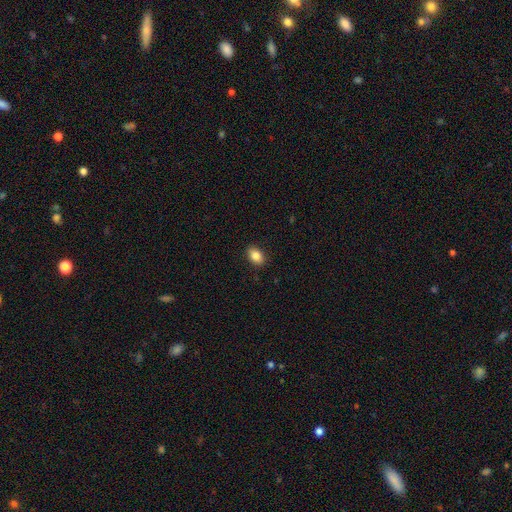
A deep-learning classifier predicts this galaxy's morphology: smooth-or-featured: smooth: 85% | star or artifact: 8% | featured or disk: 6%
  how-rounded: in between: 84% | round: 15% | cigar-shaped: 1%
  merging: none: 89% | minor disturbance: 8% | major disturbance: 2% | merger: 1%